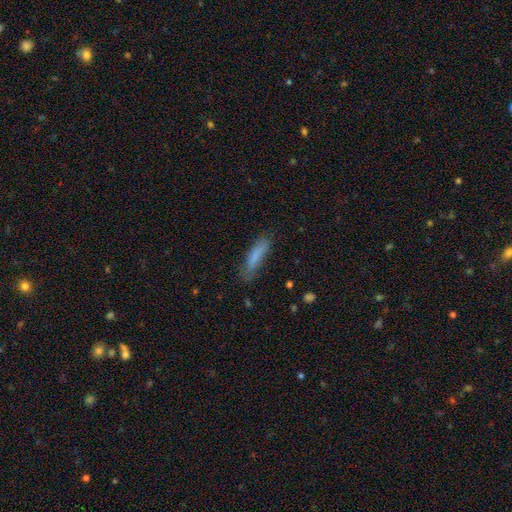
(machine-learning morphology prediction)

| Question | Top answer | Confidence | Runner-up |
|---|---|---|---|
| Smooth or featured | smooth | 77% | featured or disk (15%) |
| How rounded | cigar-shaped | 76% | in between (23%) |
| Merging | none | 70% | minor disturbance (22%) |